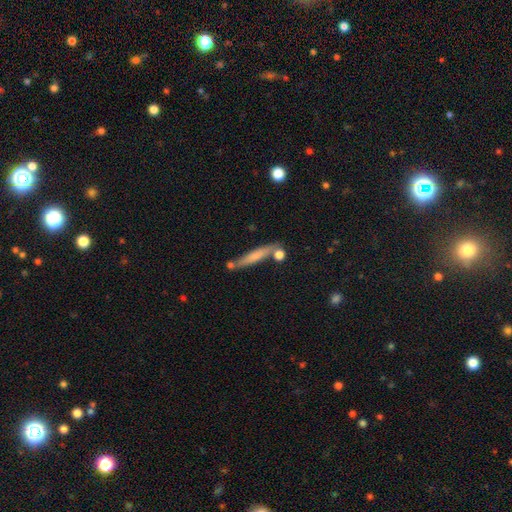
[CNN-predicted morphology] smooth-or-featured: smooth: 61% | featured or disk: 32% | star or artifact: 7%
  how-rounded: cigar-shaped: 91% | in between: 7% | round: 2%
  merging: none: 73% | minor disturbance: 14% | merger: 10% | major disturbance: 3%